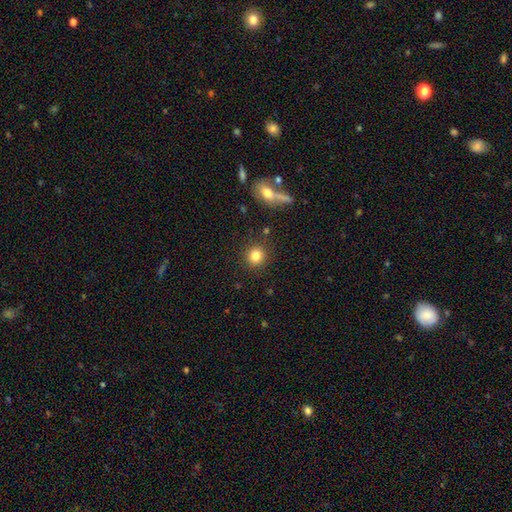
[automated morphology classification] smooth_or_featured: smooth (p=0.82) [alt: star or artifact p=0.12]
how_rounded: round (p=0.90) [alt: in between p=0.09]
merging: none (p=0.87) [alt: minor disturbance p=0.07]